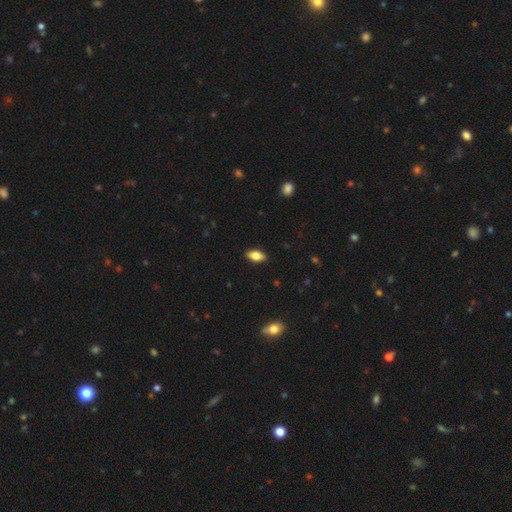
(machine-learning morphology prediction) This appears to be a smooth galaxy with no disk features (69%) that is in between round and cigar-shaped (86%). Merging: none (89%).